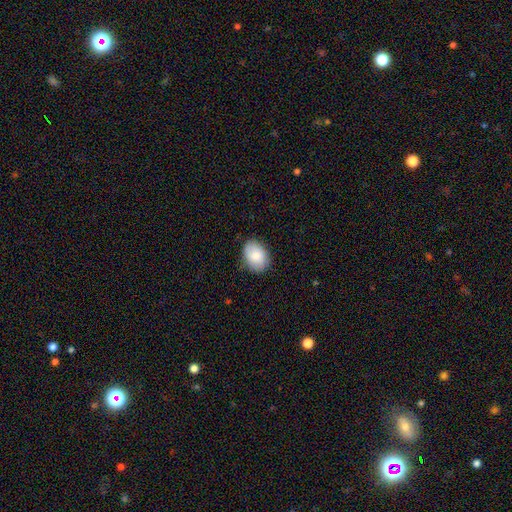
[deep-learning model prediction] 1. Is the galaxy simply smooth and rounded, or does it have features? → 84% smooth, 9% featured or disk, 6% star or artifact.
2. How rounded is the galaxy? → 76% in between, 23% round, 1% cigar-shaped.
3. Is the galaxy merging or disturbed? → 83% none, 14% minor disturbance, 3% major disturbance, 1% merger.